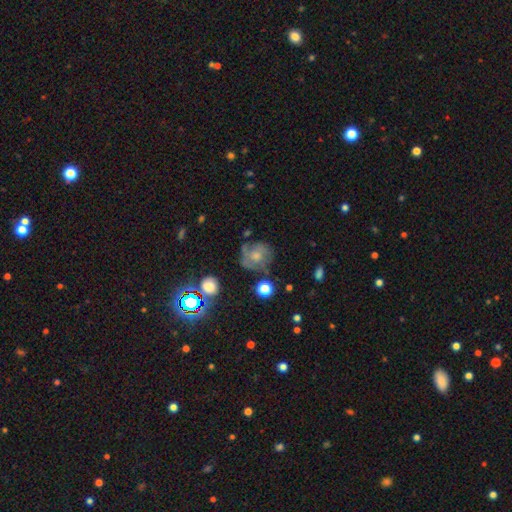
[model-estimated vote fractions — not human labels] smooth 45%, featured or disk 42%, star or artifact 13%. Down the decision tree: merging — none (53%).